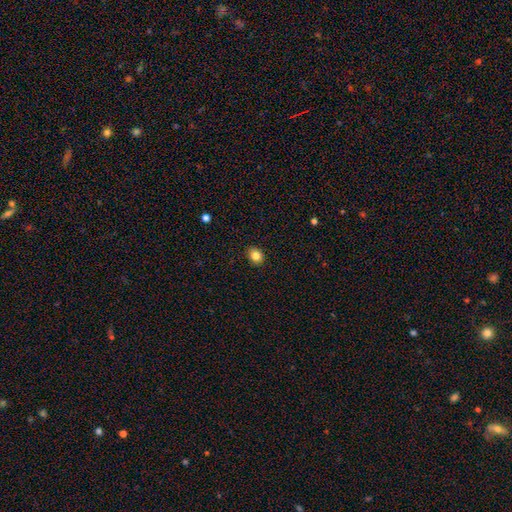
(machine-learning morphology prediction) type=smooth (83%); roundness=round (61%); merging=none (90%).